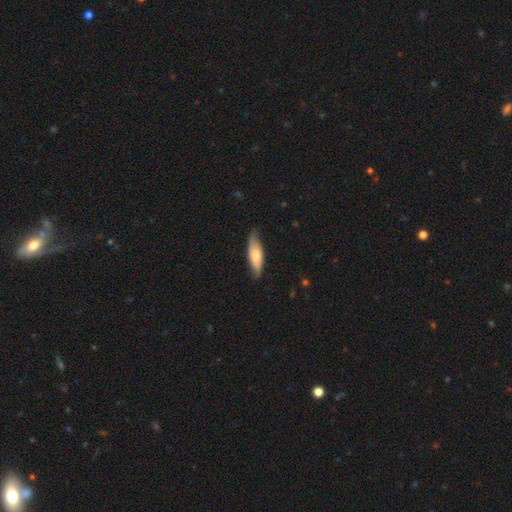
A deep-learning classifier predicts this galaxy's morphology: This is likely a smooth galaxy (68%). How rounded: possibly in between (52%). Merging: likely none (74%).